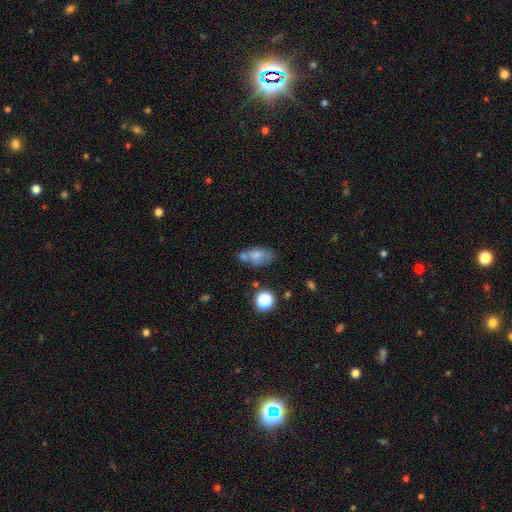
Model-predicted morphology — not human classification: smooth 64%, featured or disk 23%, star or artifact 12%. Down the decision tree: how rounded — in between (82%); merging — none (40%).